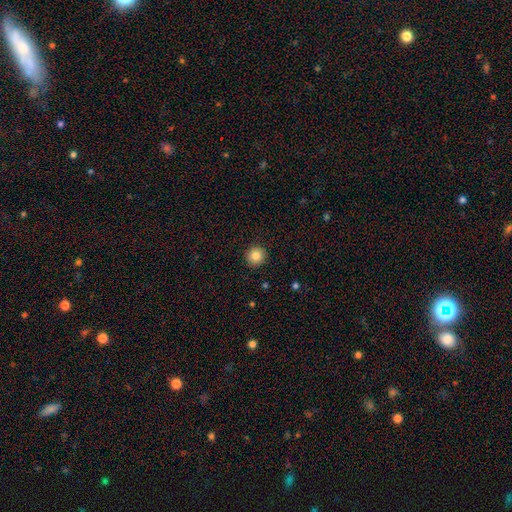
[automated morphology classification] Smooth or featured: smooth — 84% (star or artifact — 10%)
How rounded: round — 94% (in between — 5%)
Merging: none — 92% (minor disturbance — 5%)